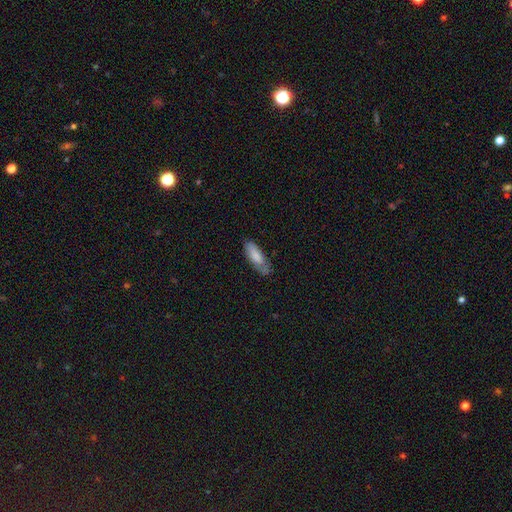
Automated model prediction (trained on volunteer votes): A smooth galaxy with no disk features (77%) that is in between round and cigar-shaped (65%).

Vote fractions:
- Smooth or featured? smooth: 77% / featured or disk: 17% / star or artifact: 6%
- How rounded? in between: 65% / cigar-shaped: 33% / round: 1%
- Merging? none: 61% / minor disturbance: 29% / major disturbance: 7% / merger: 2%